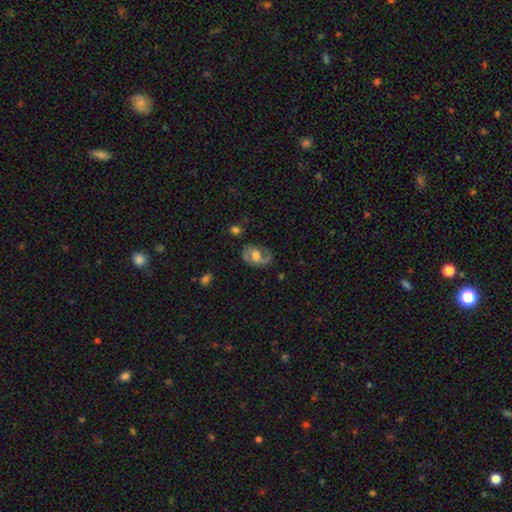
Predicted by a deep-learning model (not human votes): The model was most divided on "bar": no: 48%, weak: 39%, strong: 13%. More confident: edge-on disk — no (96%); spiral arms — yes (76%); smooth or featured — featured or disk (62%); bulge size — moderate (61%); merging — none (57%).